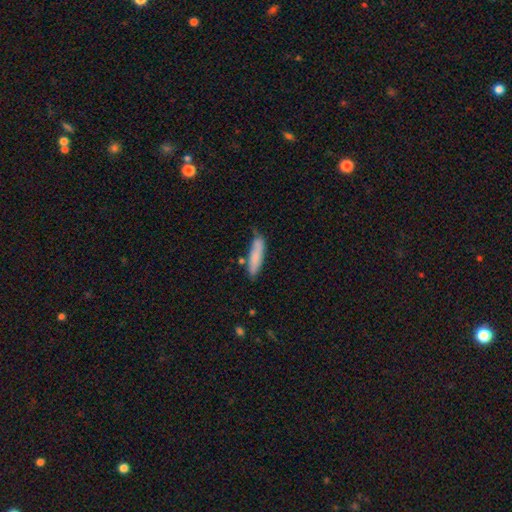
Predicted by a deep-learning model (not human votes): A smooth galaxy with no disk features (81%) that is cigar-shaped (77%). Merging: none (71%).